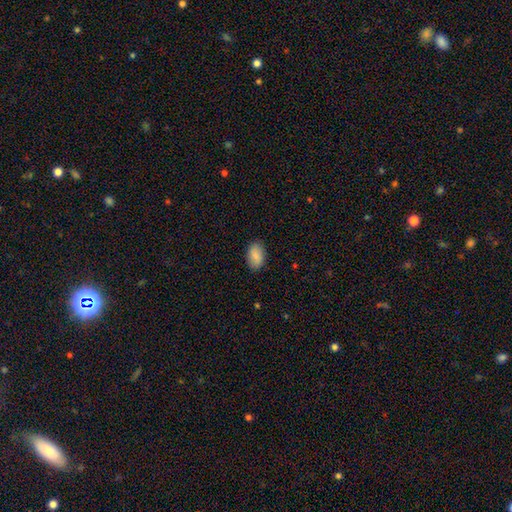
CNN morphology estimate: Smooth or featured: smooth — 84% (featured or disk — 9%)
How rounded: in between — 91% (round — 7%)
Merging: none — 85% (minor disturbance — 11%)